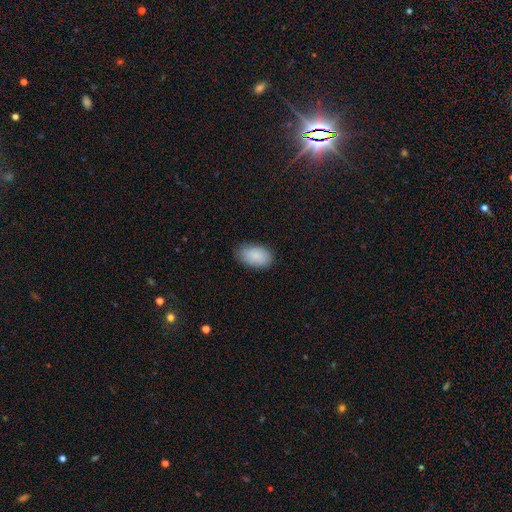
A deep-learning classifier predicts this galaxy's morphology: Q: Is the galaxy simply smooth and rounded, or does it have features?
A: smooth — 88%.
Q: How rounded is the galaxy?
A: in between — 93%.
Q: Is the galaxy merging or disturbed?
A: none — 80%.